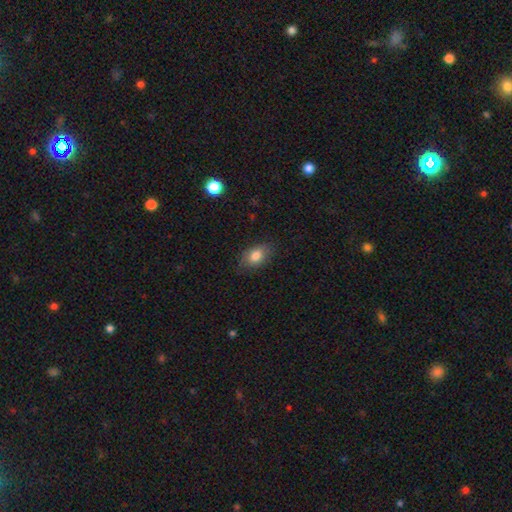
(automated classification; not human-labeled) Smooth or featured? Predicted: smooth (p=0.82). How rounded? Predicted: in between (p=0.84). Merging? Predicted: none (p=0.80).